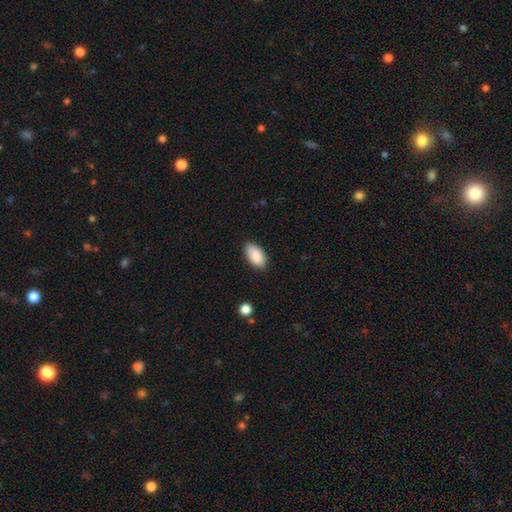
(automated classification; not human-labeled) Overall: smooth (89%). How rounded: in between (95%). Merging: none (86%).